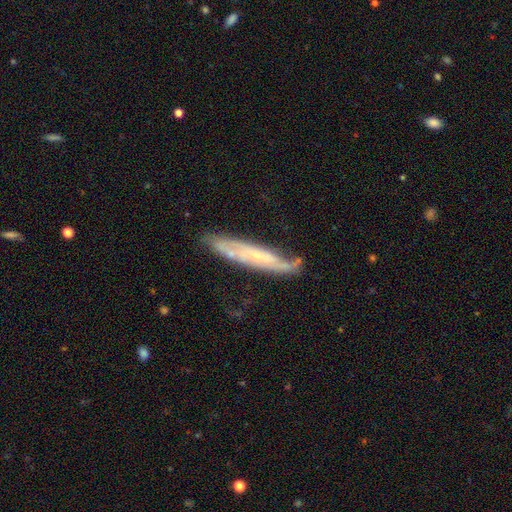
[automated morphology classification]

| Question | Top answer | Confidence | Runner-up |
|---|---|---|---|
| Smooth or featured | featured or disk | 69% | smooth (24%) |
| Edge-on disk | yes | 55% | no (45%) |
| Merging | none | 65% | minor disturbance (24%) |